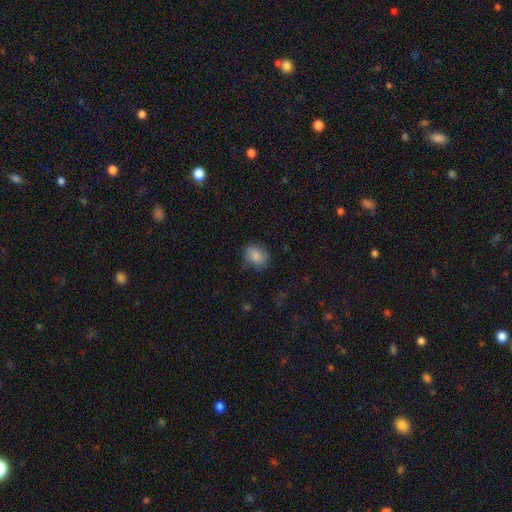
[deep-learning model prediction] Overall: smooth (80%). How rounded: round (51%; in between 48%). Merging: none (71%).